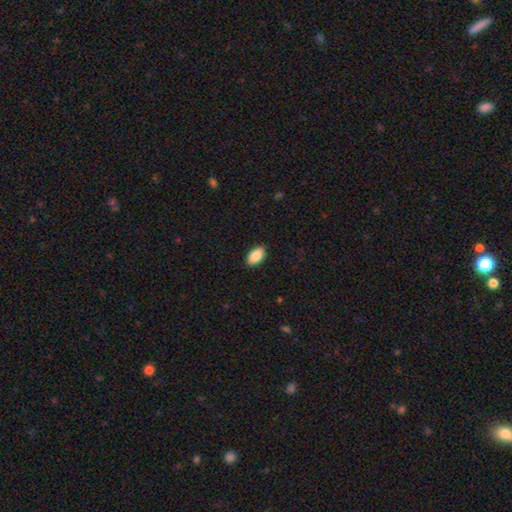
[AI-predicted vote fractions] smooth-or-featured: smooth: 89% | star or artifact: 6% | featured or disk: 5%
  how-rounded: in between: 94% | round: 4% | cigar-shaped: 2%
  merging: none: 89% | minor disturbance: 8% | major disturbance: 2% | merger: 1%